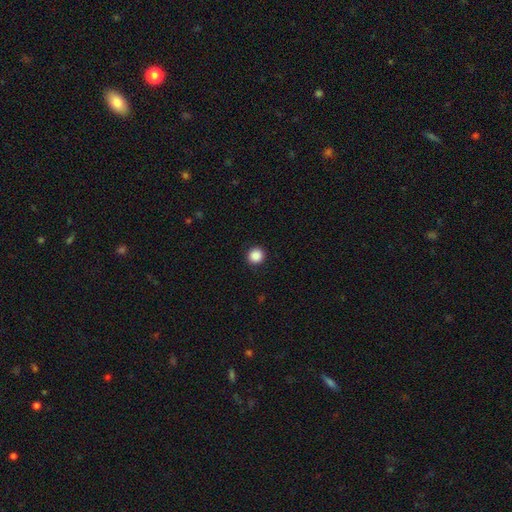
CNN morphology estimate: Q: Smooth or featured?
A: smooth (88%); runner-up: star or artifact (10%)
Q: How rounded?
A: round (94%); runner-up: in between (5%)
Q: Merging?
A: none (92%); runner-up: minor disturbance (5%)